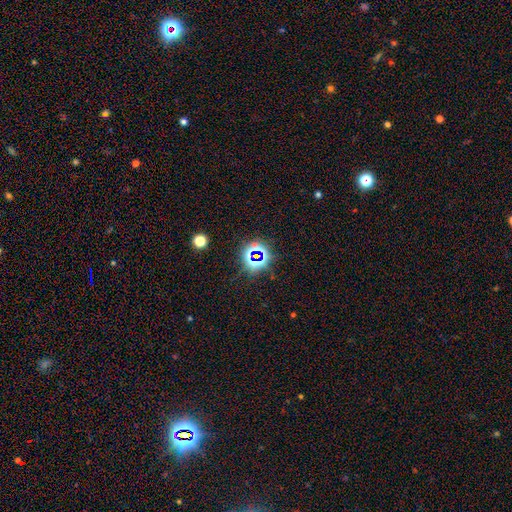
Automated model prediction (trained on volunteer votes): Overall: star or artifact (74%).